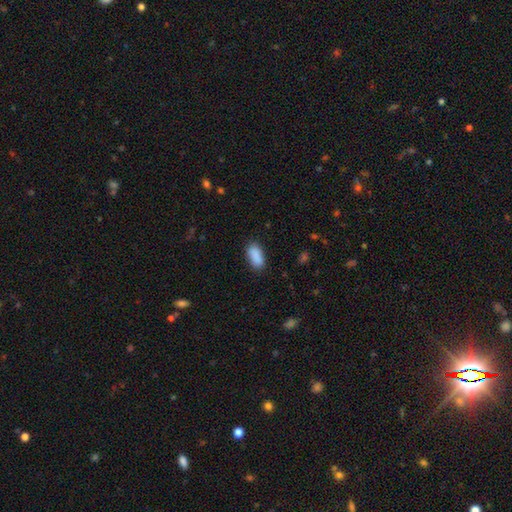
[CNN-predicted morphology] smooth 89%, star or artifact 7%, featured or disk 4%. Down the decision tree: how rounded — in between (88%); merging — none (82%).